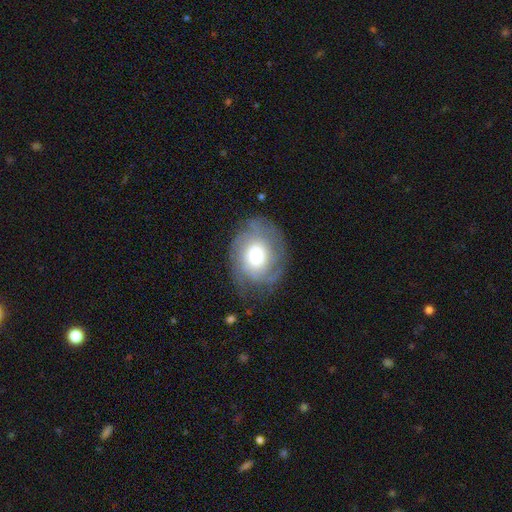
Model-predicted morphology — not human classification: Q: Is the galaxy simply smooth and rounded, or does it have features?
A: featured or disk — 61%.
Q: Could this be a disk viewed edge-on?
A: no — 97%.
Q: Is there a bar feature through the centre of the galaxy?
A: no — 79%.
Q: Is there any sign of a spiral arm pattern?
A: yes — 84%.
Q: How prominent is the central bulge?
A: large — 49%.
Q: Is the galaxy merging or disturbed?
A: none — 66%.